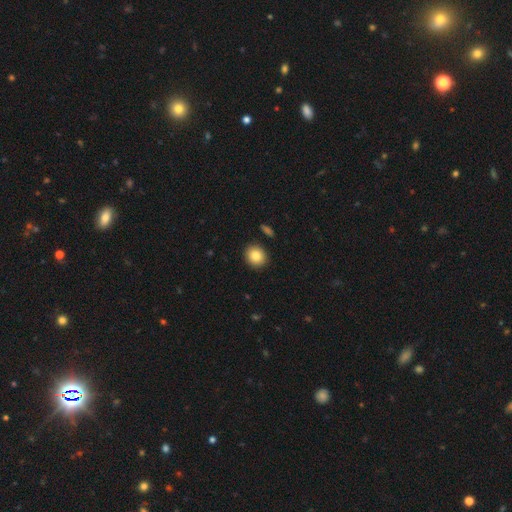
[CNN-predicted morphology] A smooth galaxy with no disk features (85%) that is round (79%). Merging: none (90%).